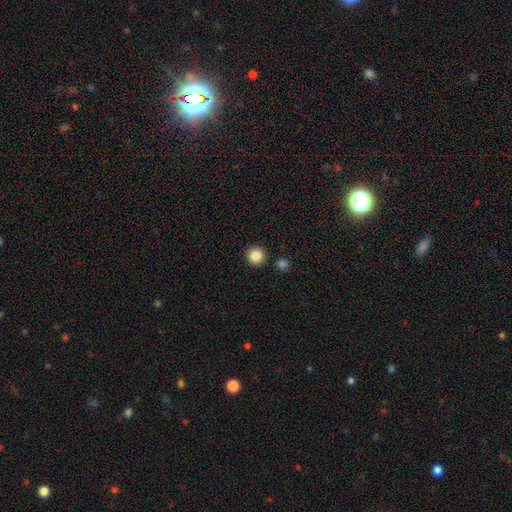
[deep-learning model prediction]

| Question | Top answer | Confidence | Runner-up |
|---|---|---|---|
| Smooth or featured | smooth | 86% | star or artifact (10%) |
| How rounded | round | 96% | in between (3%) |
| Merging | none | 91% | minor disturbance (5%) |